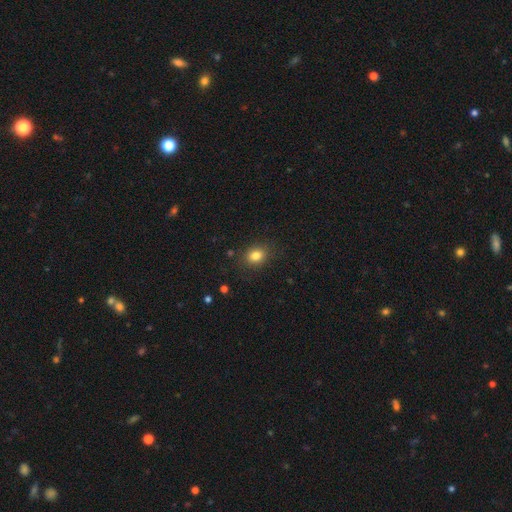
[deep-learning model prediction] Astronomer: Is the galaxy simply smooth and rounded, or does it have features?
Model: smooth — 82%.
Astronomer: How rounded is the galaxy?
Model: in between — 53% (runner-up: round, 46%).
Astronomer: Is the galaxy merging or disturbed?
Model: none — 85%.